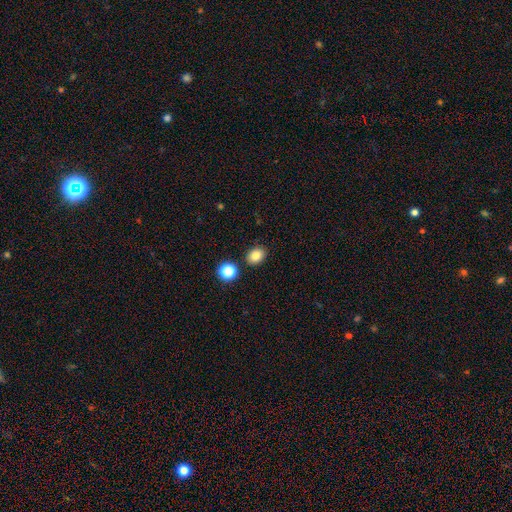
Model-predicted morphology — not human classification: Smooth or featured? Predicted: smooth (p=0.82). How rounded? Predicted: in between (p=0.53). Merging? Predicted: none (p=0.85).